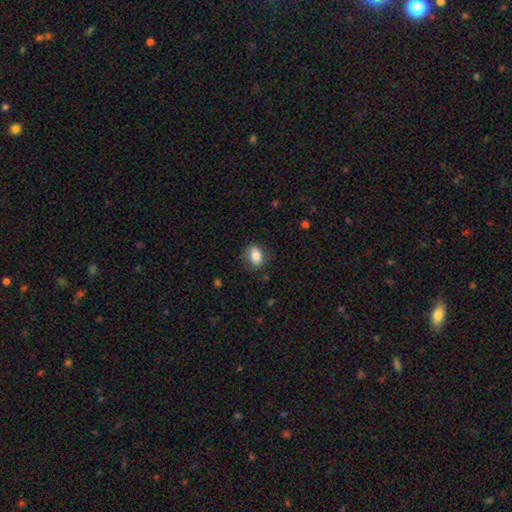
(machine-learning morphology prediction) This appears to be a smooth galaxy with no disk features (82%) that is in between round and cigar-shaped (80%). Merging: none (80%).